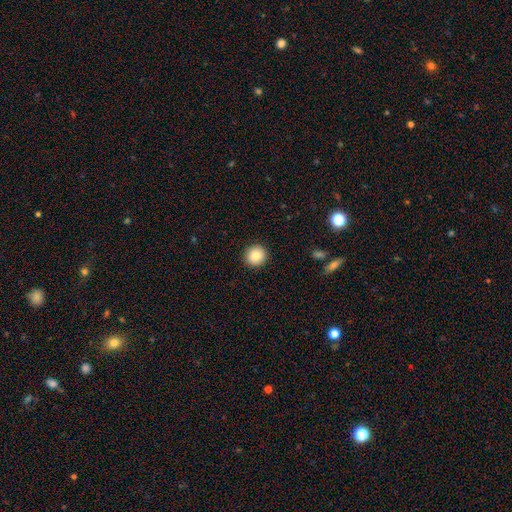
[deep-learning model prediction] smooth 87%, star or artifact 8%, featured or disk 5%. Down the decision tree: how rounded — round (93%); merging — none (92%).